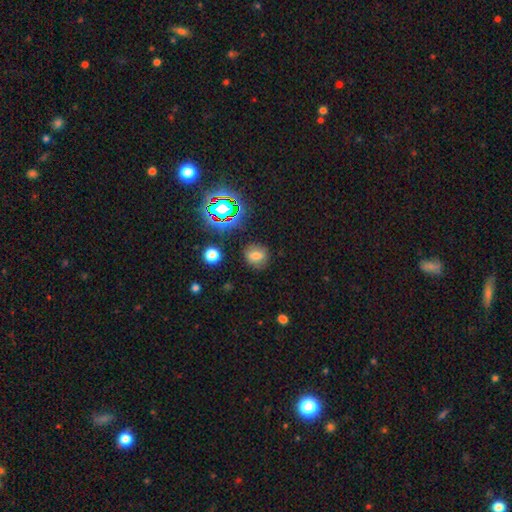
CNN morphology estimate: This appears to be a smooth galaxy with no disk features (67%) that is round (66%). Merging: none (82%).